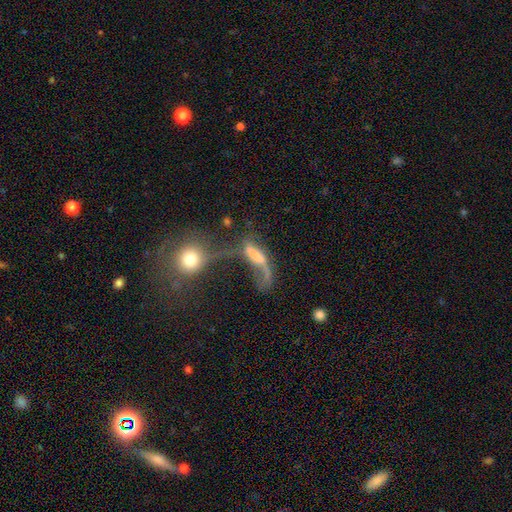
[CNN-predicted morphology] Smooth or featured? Predicted: featured or disk (p=0.52). Edge-on disk? Predicted: no (p=0.78). Merging? Predicted: merger (p=0.36).